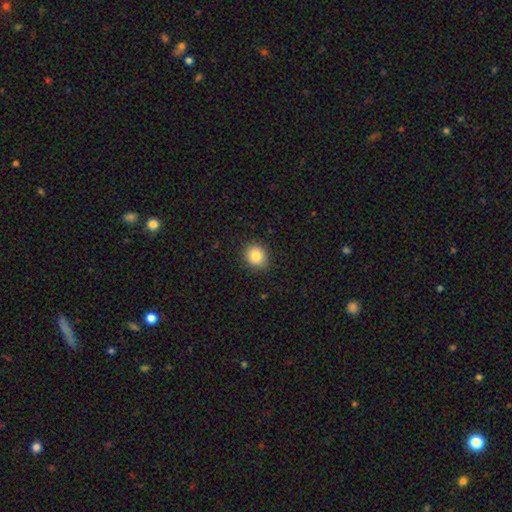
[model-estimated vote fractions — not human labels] Morphology: type=smooth (85%); roundness=round (74%); merging=none (90%).